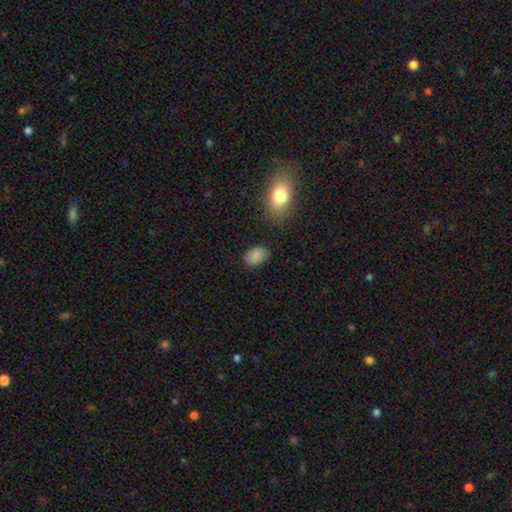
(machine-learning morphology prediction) The model was most divided on "merging": none: 79%, minor disturbance: 15%, major disturbance: 3%, merger: 2%. More confident: how rounded — in between (86%); smooth or featured — smooth (86%).